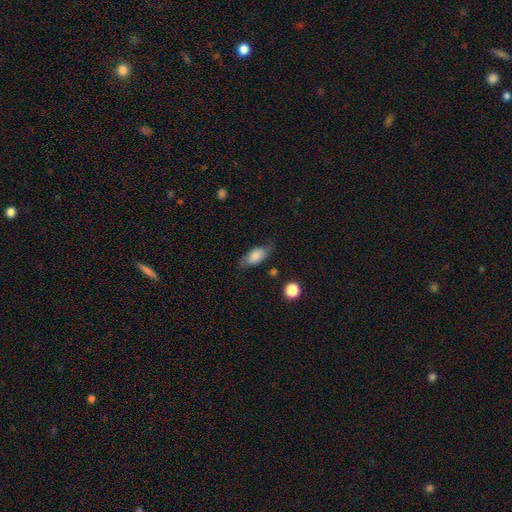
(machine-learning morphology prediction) Q: Smooth or featured?
A: smooth (70%); runner-up: featured or disk (22%)
Q: How rounded?
A: in between (88%); runner-up: cigar-shaped (8%)
Q: Merging?
A: none (67%); runner-up: minor disturbance (22%)